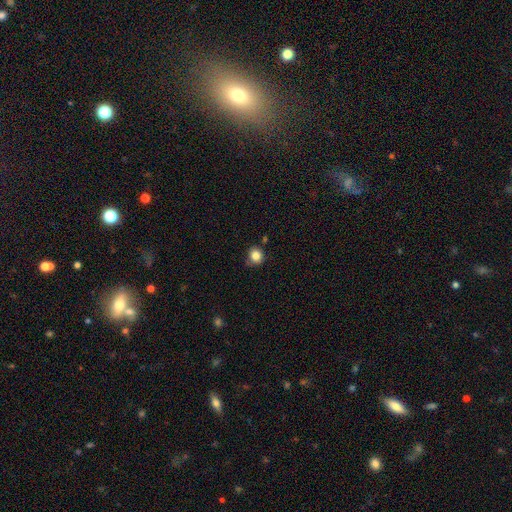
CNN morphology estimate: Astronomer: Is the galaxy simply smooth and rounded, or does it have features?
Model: smooth — 83%.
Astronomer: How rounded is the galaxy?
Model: round — 85%.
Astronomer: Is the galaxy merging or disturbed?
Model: none — 78%.